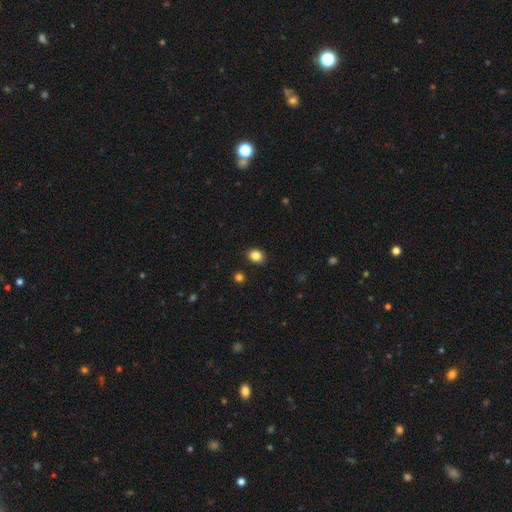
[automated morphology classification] The model was most divided on "how rounded": round: 55%, in between: 44%, cigar-shaped: 1%. More confident: merging — none (88%); smooth or featured — smooth (84%).